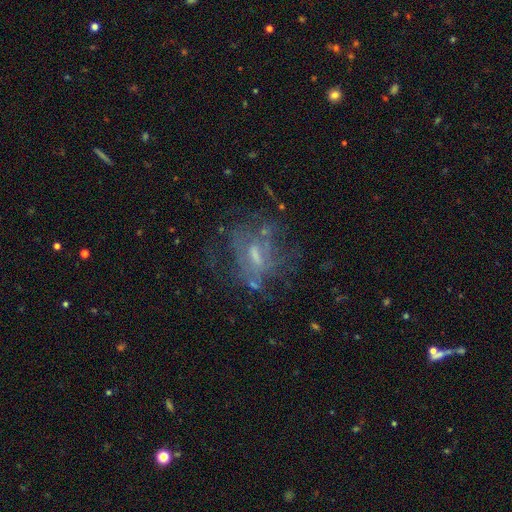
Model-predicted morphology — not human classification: smooth-or-featured: featured or disk: 63% | smooth: 21% | star or artifact: 16%
  disk-edge-on: no: 94% | yes: 6%
    bar: weak: 44% | no: 40% | strong: 16%
    has-spiral-arms: no: 62% | yes: 38%
    bulge-size: small: 37% | moderate: 36% | none: 21% | large: 4% | dominant: 1%
  merging: none: 48% | major disturbance: 28% | minor disturbance: 19% | merger: 6%